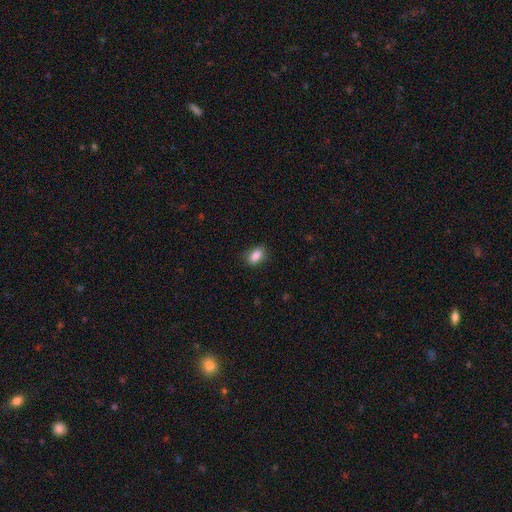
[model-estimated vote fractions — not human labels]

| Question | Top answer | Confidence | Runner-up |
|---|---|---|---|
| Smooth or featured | smooth | 87% | star or artifact (8%) |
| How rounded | in between | 88% | round (9%) |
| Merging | none | 83% | minor disturbance (13%) |